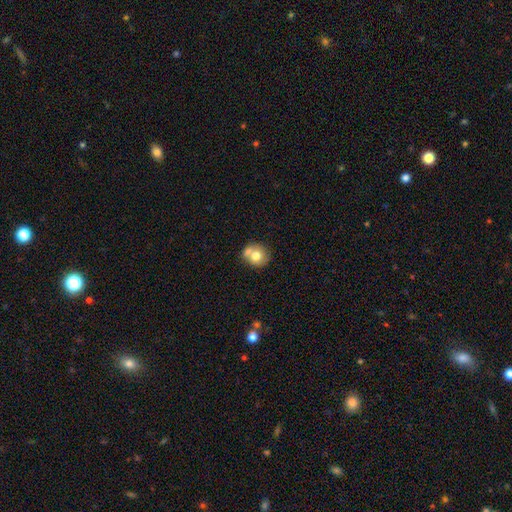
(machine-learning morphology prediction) Smooth or featured? Predicted: smooth (p=0.72). How rounded? Predicted: round (p=0.81). Merging? Predicted: none (p=0.47).